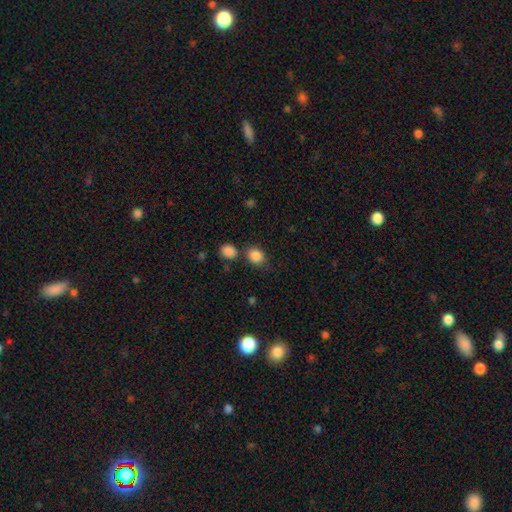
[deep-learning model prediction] A smooth galaxy with no disk features (86%) that is round (63%). Merging: none (69%).